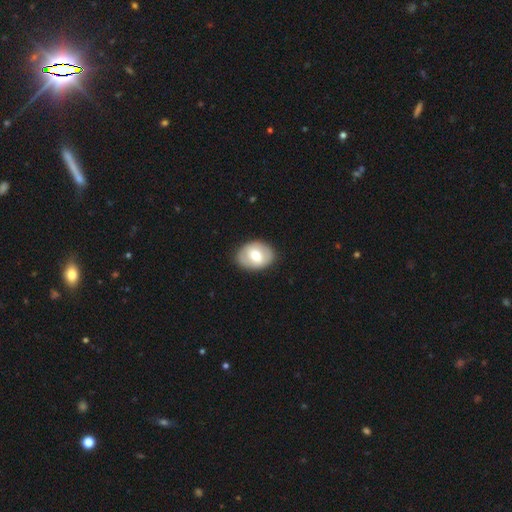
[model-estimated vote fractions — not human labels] Morphology: type=smooth (57%); roundness=in between (67%); merging=none (86%).